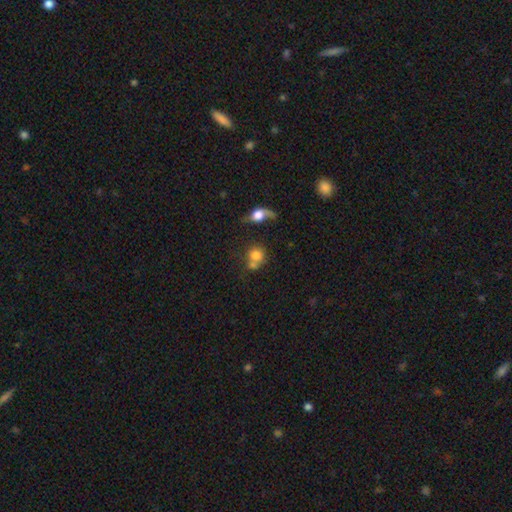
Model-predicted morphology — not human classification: Smooth or featured? Predicted: smooth (p=0.75). How rounded? Predicted: round (p=0.82). Merging? Predicted: none (p=0.43).